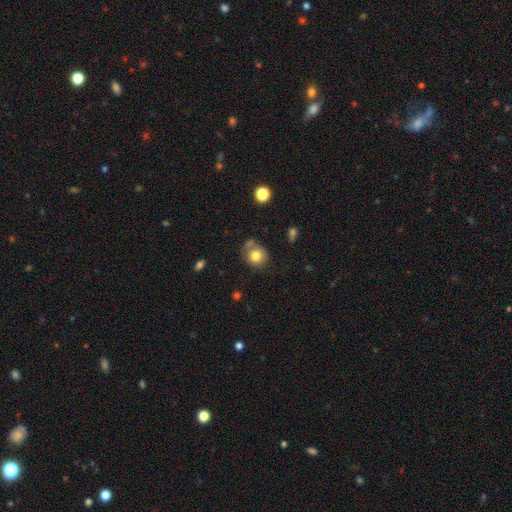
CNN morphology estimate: smooth_or_featured: smooth (p=0.79) [alt: featured or disk p=0.11]
how_rounded: round (p=0.77) [alt: in between p=0.22]
merging: none (p=0.62) [alt: minor disturbance p=0.18]